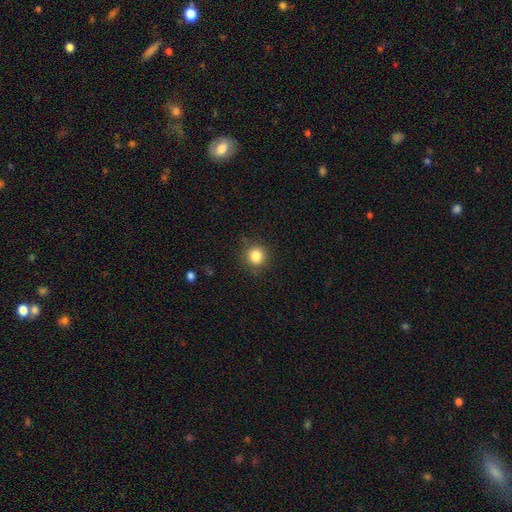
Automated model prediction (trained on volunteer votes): smooth-or-featured: smooth: 85% | star or artifact: 11% | featured or disk: 5%
  how-rounded: round: 86% | in between: 13% | cigar-shaped: 1%
  merging: none: 86% | minor disturbance: 10% | major disturbance: 3% | merger: 1%